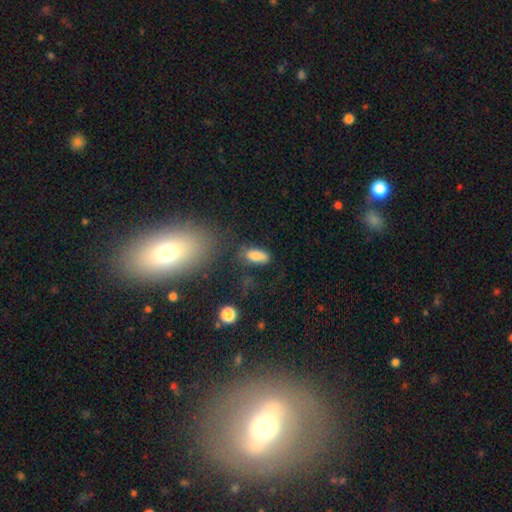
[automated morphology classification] smooth 80%, featured or disk 12%, star or artifact 9%. Down the decision tree: how rounded — in between (86%); merging — none (65%).